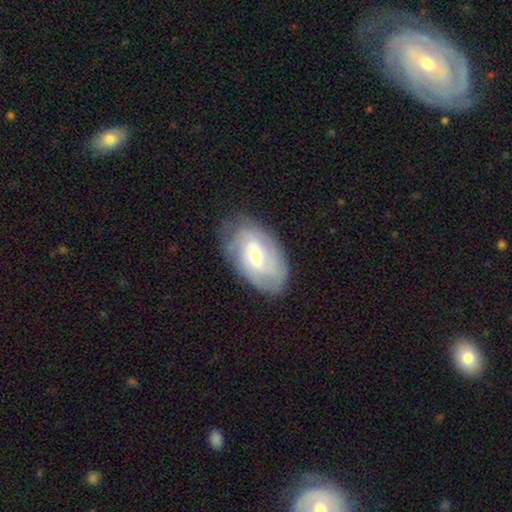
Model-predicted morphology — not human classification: smooth_or_featured: featured or disk (p=0.68) [alt: smooth p=0.26]
disk_edge_on: no (p=0.95) [alt: yes p=0.05]
bar: weak (p=0.47) [alt: no p=0.41]
has_spiral_arms: yes (p=0.85) [alt: no p=0.15]
spiral_winding: tight (p=0.49) [alt: medium p=0.36]
spiral_arm_count: can't tell (p=0.39) [alt: 2 p=0.36]
bulge_size: moderate (p=0.54) [alt: small p=0.40]
merging: none (p=0.74) [alt: minor disturbance p=0.19]